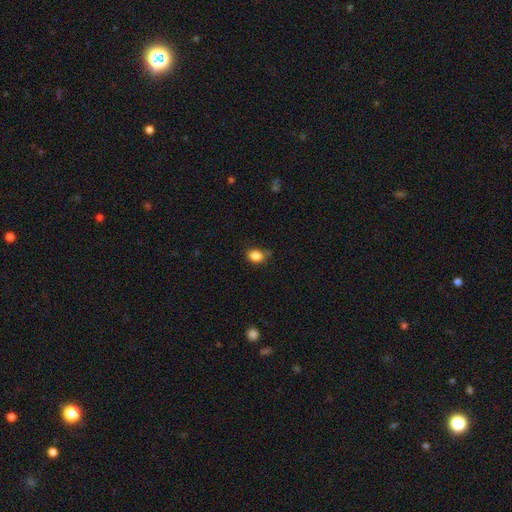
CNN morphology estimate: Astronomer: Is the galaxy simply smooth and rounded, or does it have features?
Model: smooth — 85%.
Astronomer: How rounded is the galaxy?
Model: in between — 62%.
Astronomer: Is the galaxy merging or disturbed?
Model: none — 70%.